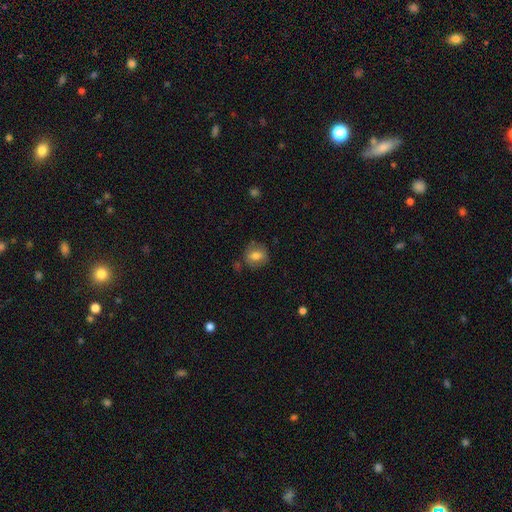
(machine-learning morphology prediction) Q: Smooth or featured?
A: smooth (73%); runner-up: featured or disk (18%)
Q: How rounded?
A: round (76%); runner-up: in between (23%)
Q: Merging?
A: none (77%); runner-up: minor disturbance (16%)